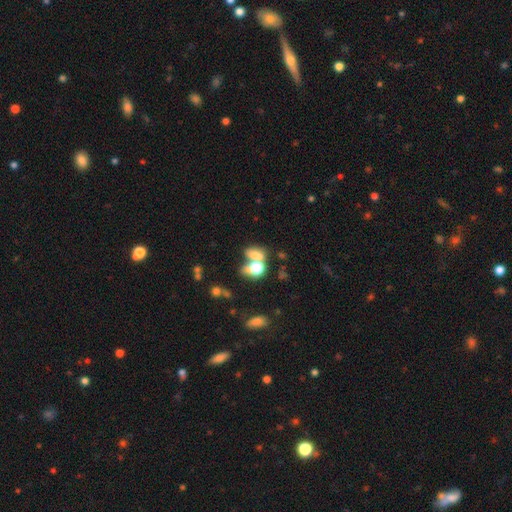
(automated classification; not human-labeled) Morphology: type=smooth (65%); roundness=in between (65%); merging=merger (48%).